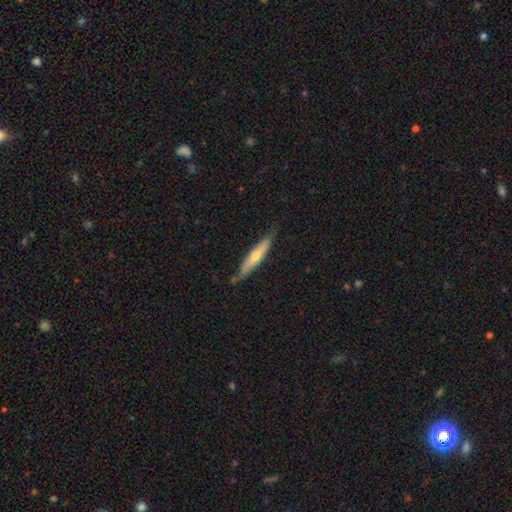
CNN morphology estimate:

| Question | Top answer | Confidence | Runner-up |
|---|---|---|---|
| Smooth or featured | smooth | 49% | featured or disk (45%) |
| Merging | none | 78% | minor disturbance (17%) |